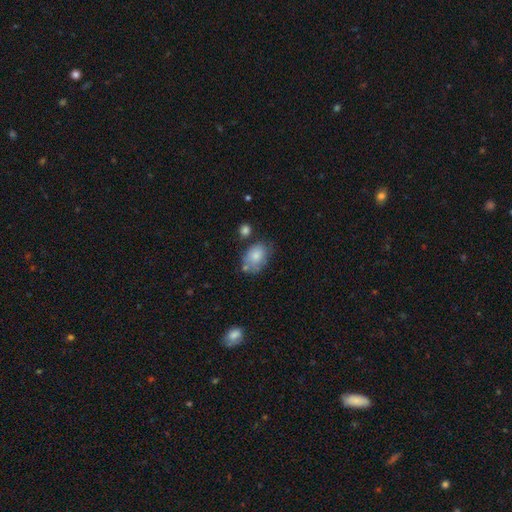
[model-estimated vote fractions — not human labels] Overall: smooth (77%). How rounded: in between (78%). Merging: none (54%; minor disturbance 26%).